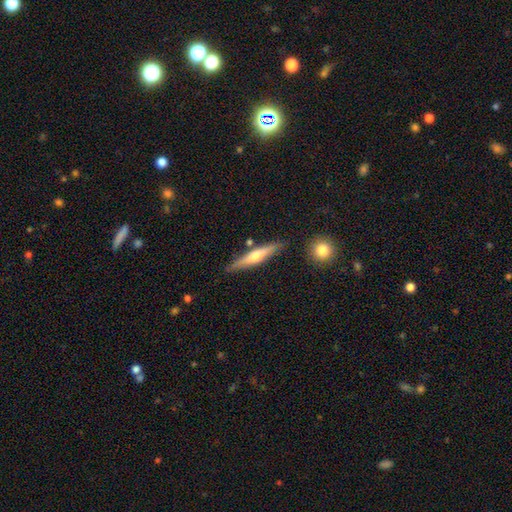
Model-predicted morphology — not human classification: A featured or disk galaxy (54%) viewed edge-on (95%) with a rounded central bulge (86%).

Vote fractions:
- Smooth or featured? featured or disk: 54% / smooth: 41% / star or artifact: 5%
- Edge-on disk? yes: 95% / no: 5%
- Edge-on bulge? rounded: 86% / none: 9% / boxy: 5%
- Merging? none: 83% / minor disturbance: 10% / merger: 4% / major disturbance: 2%